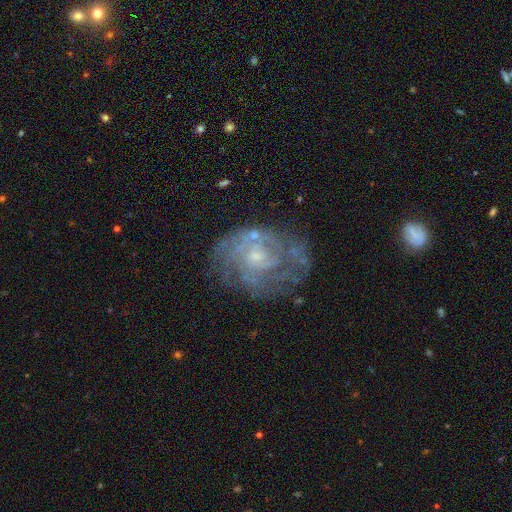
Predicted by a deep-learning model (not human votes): featured or disk 82%, smooth 10%, star or artifact 8%. Down the decision tree: edge-on disk — no (98%); bar — no (69%); spiral arms — yes (88%); spiral arm count — can't tell (41%); spiral winding — tight (62%); bulge size — small (64%); merging — none (67%).